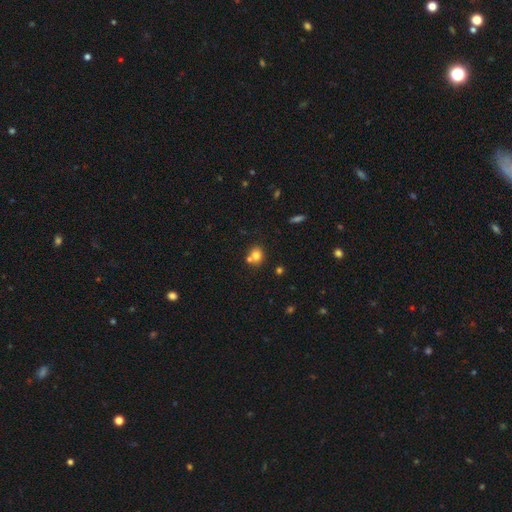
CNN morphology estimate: Smooth or featured?
  - smooth: 77% *
  - star or artifact: 12%
  - featured or disk: 11%
How rounded?
  - round: 78% *
  - in between: 22%
  - cigar-shaped: 1%
Merging?
  - none: 51% *
  - merger: 38%
  - minor disturbance: 9%
  - major disturbance: 3%